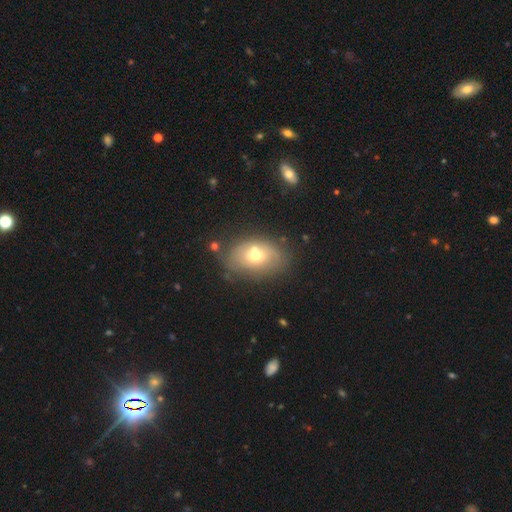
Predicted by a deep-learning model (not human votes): Smooth or featured?
  - smooth: 57% *
  - featured or disk: 32%
  - star or artifact: 11%
How rounded?
  - in between: 79% *
  - round: 19%
  - cigar-shaped: 1%
Merging?
  - none: 53% *
  - minor disturbance: 20%
  - merger: 19%
  - major disturbance: 9%